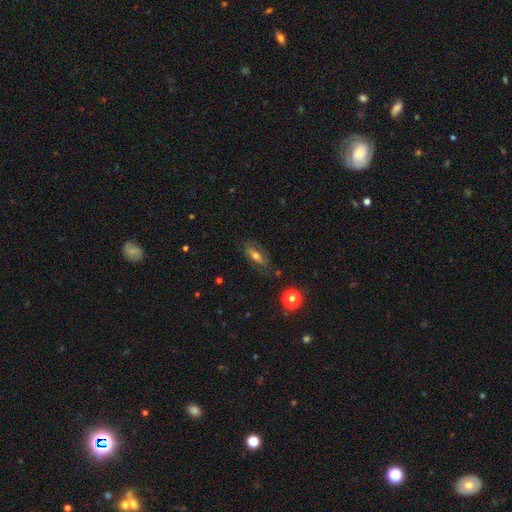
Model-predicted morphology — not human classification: This appears to be a smooth galaxy with no disk features (47%). Merging: none (76%).